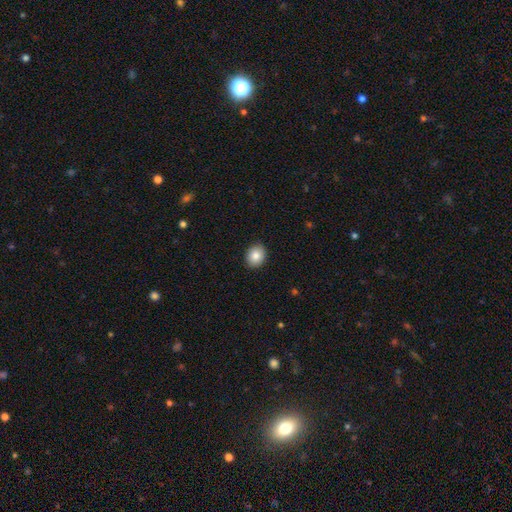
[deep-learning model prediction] The model was most divided on "how rounded": round: 56%, in between: 43%, cigar-shaped: 1%. More confident: merging — none (90%); smooth or featured — smooth (85%).